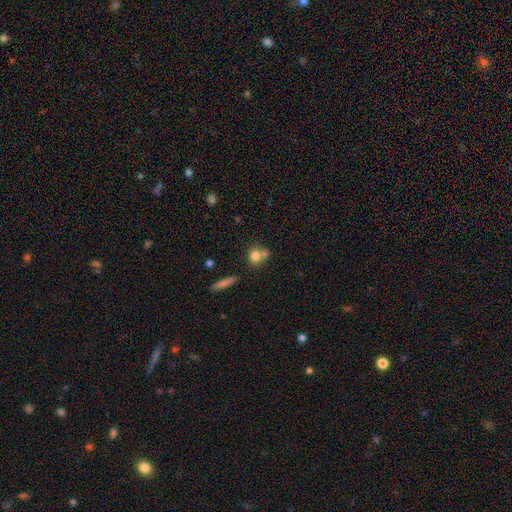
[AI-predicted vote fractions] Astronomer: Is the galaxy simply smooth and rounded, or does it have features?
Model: smooth — 75%.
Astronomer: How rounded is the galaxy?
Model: round — 68%.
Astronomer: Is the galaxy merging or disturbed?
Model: none — 44% (runner-up: merger, 43%).